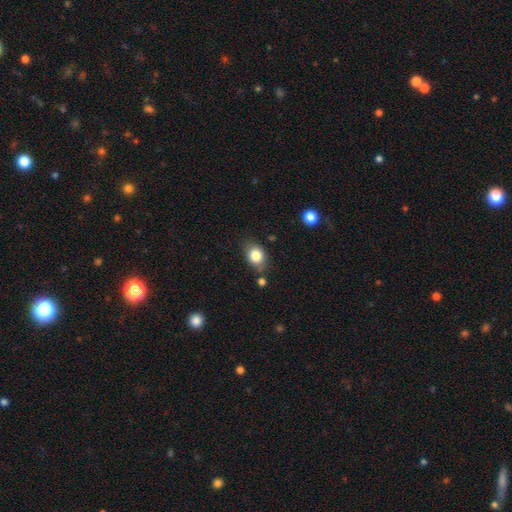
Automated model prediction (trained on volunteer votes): smooth 82%, featured or disk 9%, star or artifact 9%. Down the decision tree: how rounded — in between (67%); merging — none (72%).